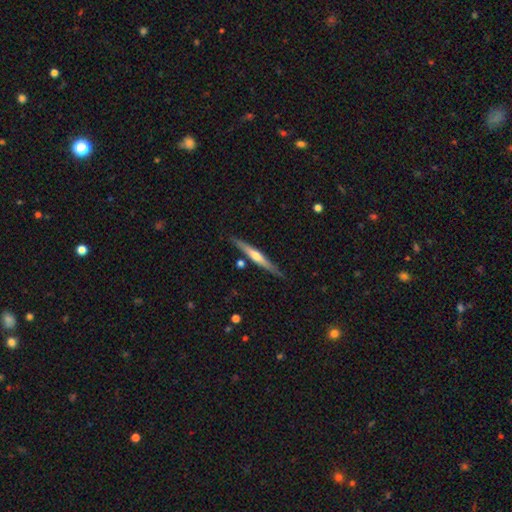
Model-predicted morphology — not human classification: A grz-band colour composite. It shows a featured or disk galaxy (62%) viewed edge-on (97%) with a rounded central bulge (73%). Merging: none (83%).